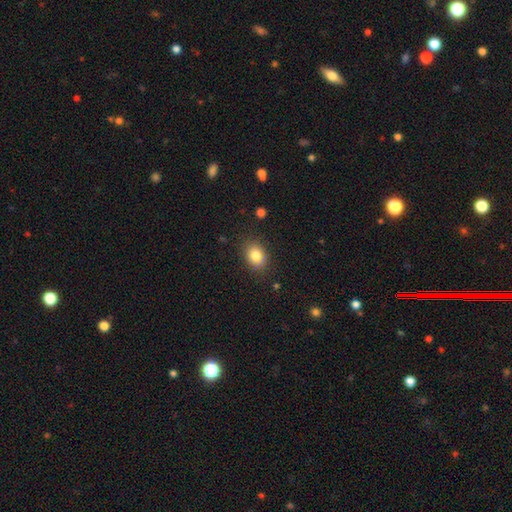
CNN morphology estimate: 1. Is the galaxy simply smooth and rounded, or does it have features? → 82% smooth, 10% star or artifact, 8% featured or disk.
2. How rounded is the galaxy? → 58% in between, 41% round, 1% cigar-shaped.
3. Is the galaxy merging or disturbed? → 84% none, 11% minor disturbance, 3% major disturbance, 1% merger.